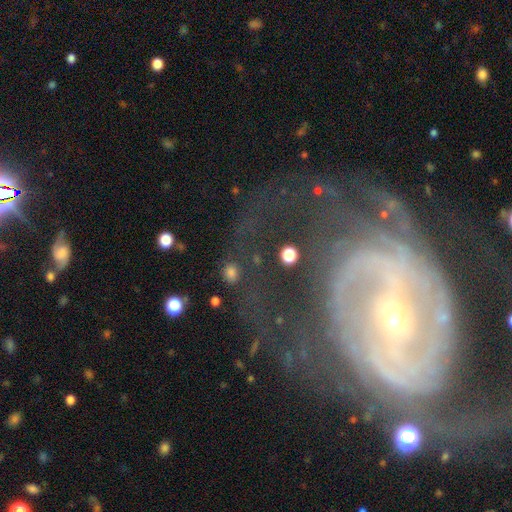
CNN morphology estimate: The model was most divided on "bar": strong: 41%, weak: 32%, no: 28%. Remaining: edge-on disk — no (96%); spiral arms — yes (92%); smooth or featured — featured or disk (86%); bulge size — small (83%); merging — none (54%); spiral winding — tight (50%); spiral arm count — 2 (42%).